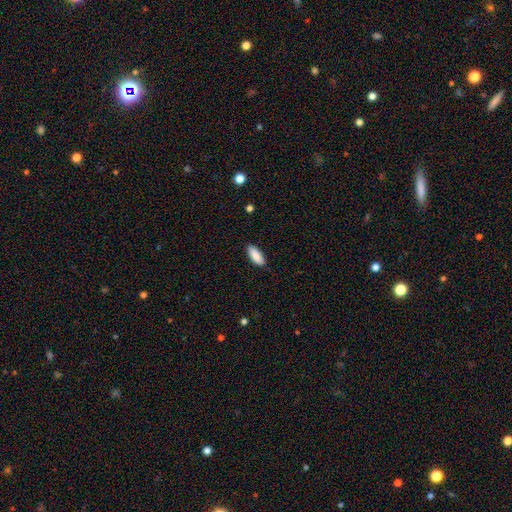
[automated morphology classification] This appears to be a smooth galaxy with no disk features (88%) that is in between round and cigar-shaped (75%). Merging: none (87%).